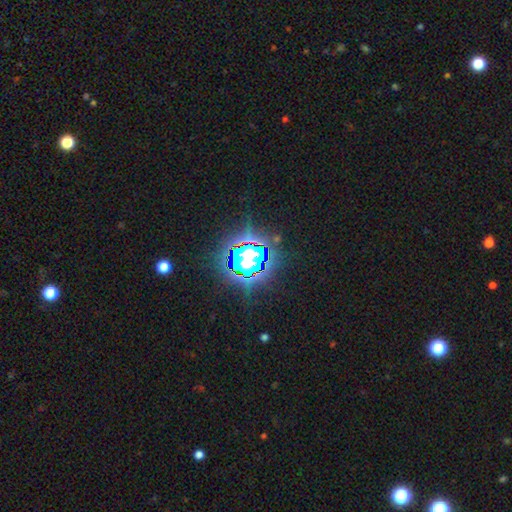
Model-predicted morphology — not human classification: star or artifact 85%, smooth 9%, featured or disk 6%.